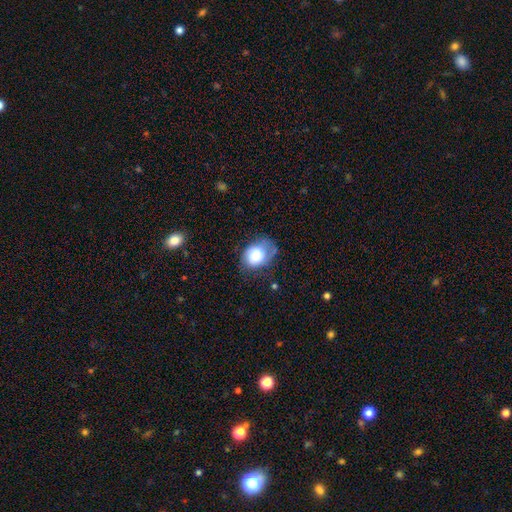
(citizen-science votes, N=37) This is likely a smooth galaxy (73%). How rounded: likely in between (67%). Merging: marginally minor disturbance (44%).